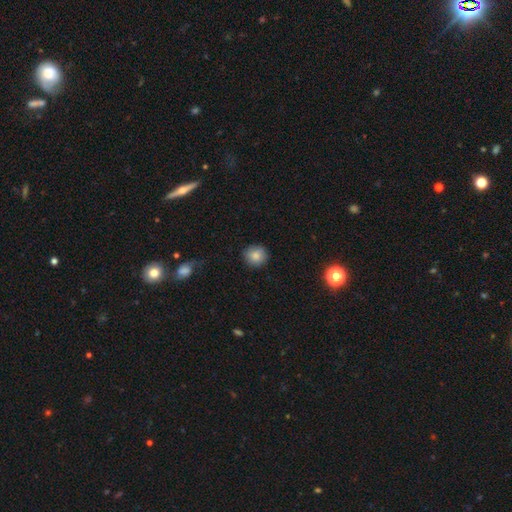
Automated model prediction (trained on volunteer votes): This appears to be a smooth galaxy with no disk features (85%) that is round (88%). Merging: none (87%).